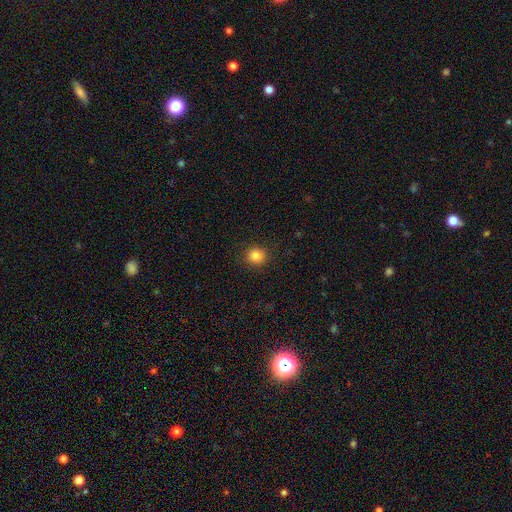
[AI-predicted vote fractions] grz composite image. It shows a smooth galaxy with no disk features (84%) that is round (87%). Merging: none (90%).